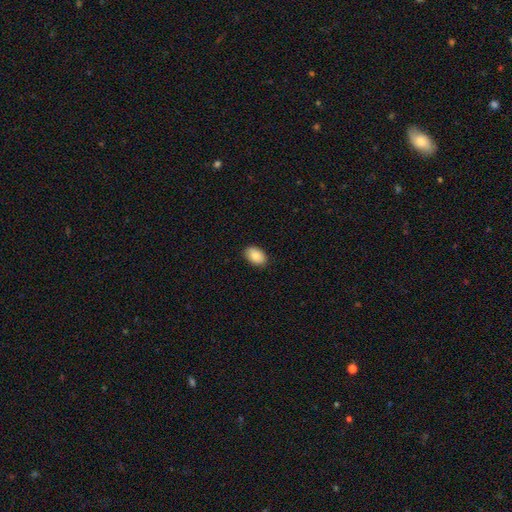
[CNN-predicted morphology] type=smooth (87%); roundness=in between (89%); merging=none (88%).